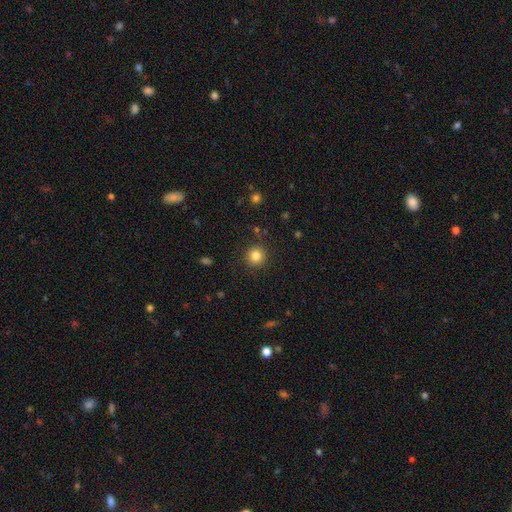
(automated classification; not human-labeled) The model was most divided on "smooth or featured": smooth: 83%, star or artifact: 11%, featured or disk: 5%. More confident: how rounded — round (93%); merging — none (90%).